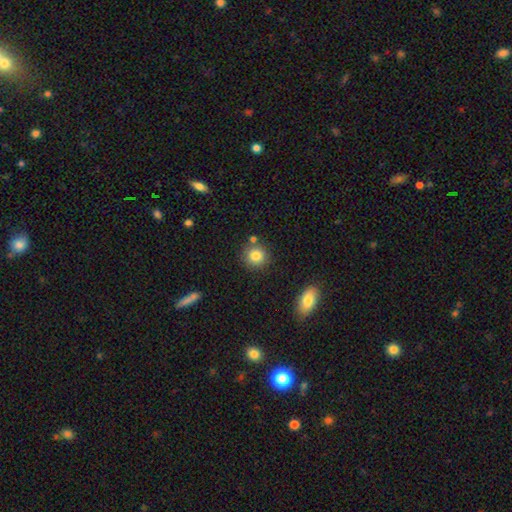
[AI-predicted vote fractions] A smooth galaxy with no disk features (83%) that is round (90%). Merging: none (79%).